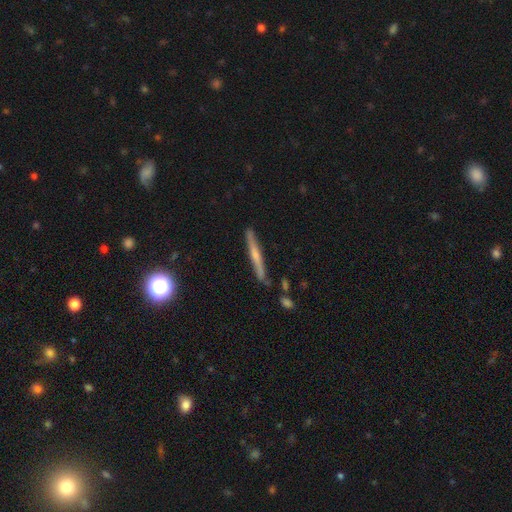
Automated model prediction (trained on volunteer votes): Smooth or featured? Predicted: featured or disk (p=0.52). Edge-on disk? Predicted: yes (p=0.95). Merging? Predicted: none (p=0.85).